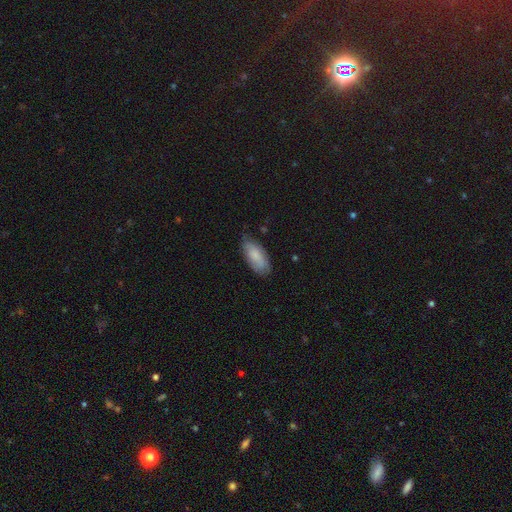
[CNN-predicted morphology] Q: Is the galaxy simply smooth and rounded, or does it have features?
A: smooth — 79%.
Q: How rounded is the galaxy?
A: in between — 87%.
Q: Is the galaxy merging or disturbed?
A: none — 71%.